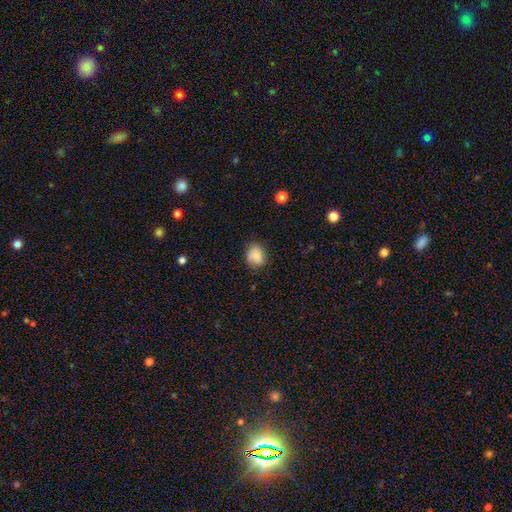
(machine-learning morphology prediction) This is likely a smooth galaxy (75%). How rounded: possibly round (53%). Merging: likely none (74%).